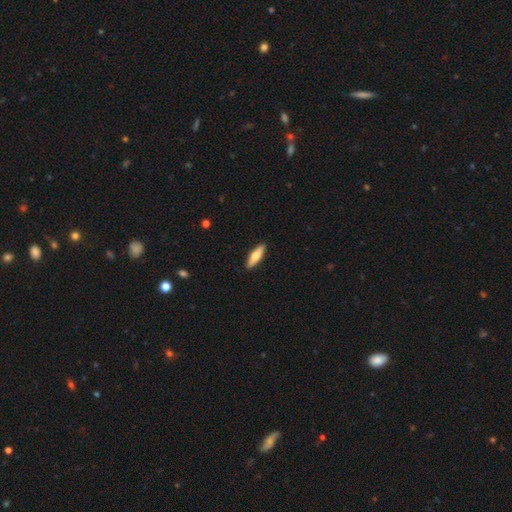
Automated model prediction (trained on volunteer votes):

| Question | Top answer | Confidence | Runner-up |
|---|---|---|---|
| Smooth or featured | smooth | 68% | featured or disk (26%) |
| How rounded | cigar-shaped | 61% | in between (37%) |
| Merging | none | 90% | minor disturbance (7%) |